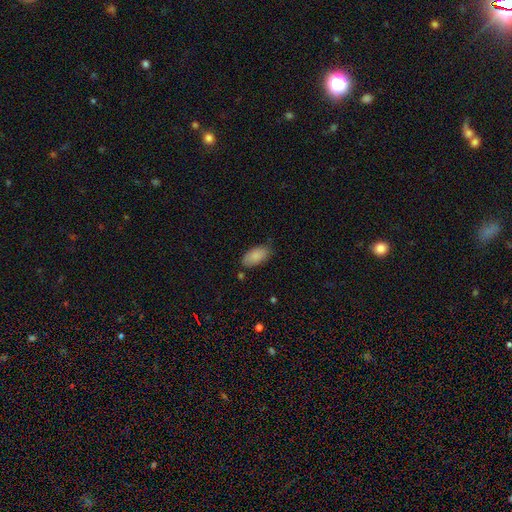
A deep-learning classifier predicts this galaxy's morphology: Smooth or featured? Predicted: smooth (p=0.87). How rounded? Predicted: in between (p=0.93). Merging? Predicted: none (p=0.78).